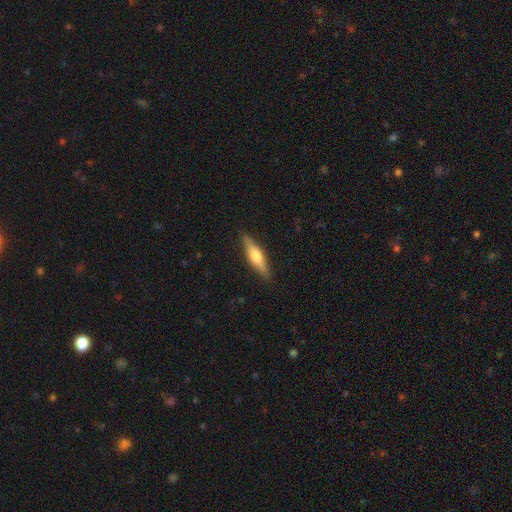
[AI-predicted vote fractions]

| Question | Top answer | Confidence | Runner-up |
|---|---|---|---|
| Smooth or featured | featured or disk | 50% | smooth (45%) |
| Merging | none | 89% | minor disturbance (8%) |